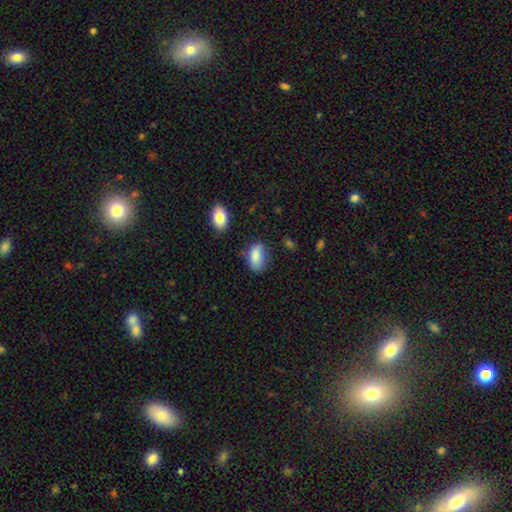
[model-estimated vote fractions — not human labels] Smooth or featured? Predicted: smooth (p=0.86). How rounded? Predicted: in between (p=0.91). Merging? Predicted: none (p=0.62).